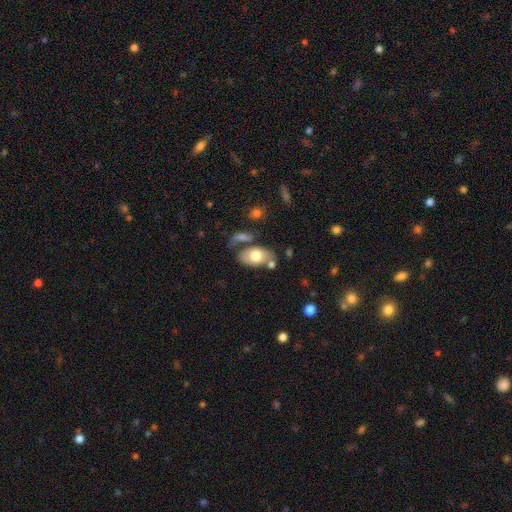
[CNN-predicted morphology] A smooth galaxy with no disk features (67%) that is in between round and cigar-shaped (91%).

Vote fractions:
- Smooth or featured? smooth: 67% / featured or disk: 27% / star or artifact: 6%
- How rounded? in between: 91% / round: 7% / cigar-shaped: 2%
- Merging? none: 61% / minor disturbance: 18% / merger: 15% / major disturbance: 7%